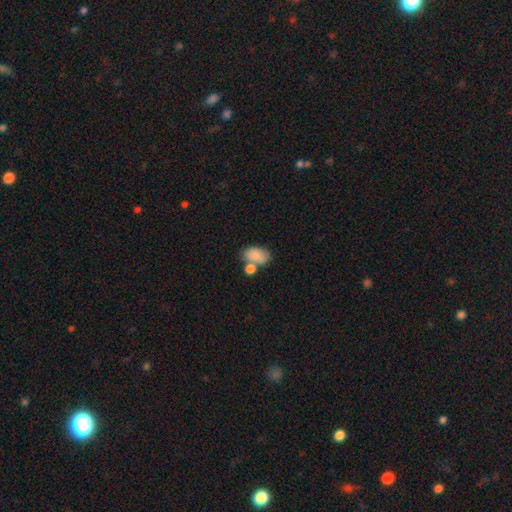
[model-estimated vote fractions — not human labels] Q: Smooth or featured?
A: smooth (84%); runner-up: featured or disk (8%)
Q: How rounded?
A: in between (90%); runner-up: round (8%)
Q: Merging?
A: none (47%); runner-up: merger (32%)